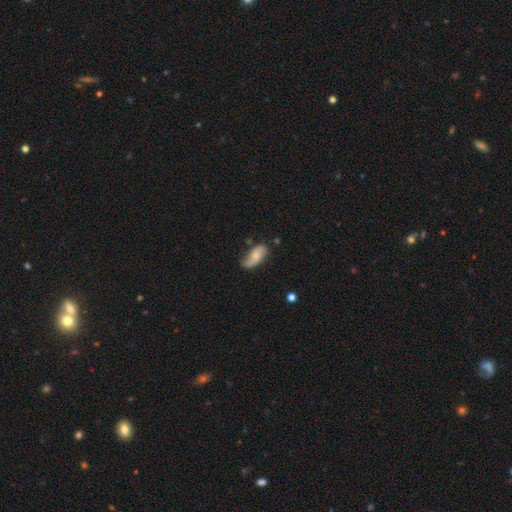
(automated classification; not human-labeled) A featured or disk galaxy (49%).

Vote fractions:
- Smooth or featured? featured or disk: 49% / smooth: 44% / star or artifact: 7%
- Merging? none: 57% / minor disturbance: 30% / major disturbance: 9% / merger: 4%